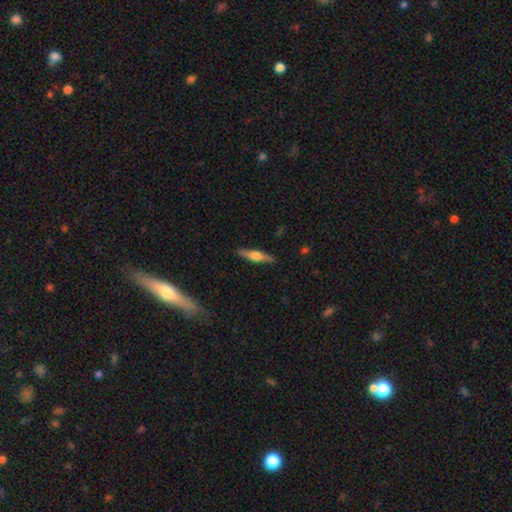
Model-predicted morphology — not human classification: smooth-or-featured: featured or disk: 60% | smooth: 34% | star or artifact: 6%
  disk-edge-on: yes: 96% | no: 4%
    edge-on-bulge: rounded: 89% | boxy: 8% | none: 3%
  merging: none: 88% | minor disturbance: 8% | major disturbance: 2% | merger: 1%